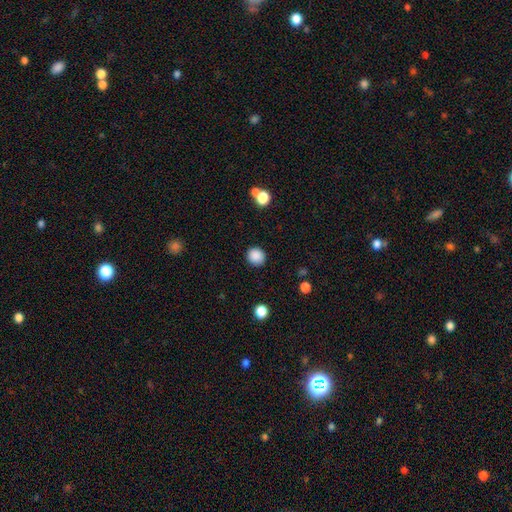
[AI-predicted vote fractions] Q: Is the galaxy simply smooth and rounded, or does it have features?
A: smooth — 87%.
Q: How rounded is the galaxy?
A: round — 87%.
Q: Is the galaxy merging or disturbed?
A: none — 89%.